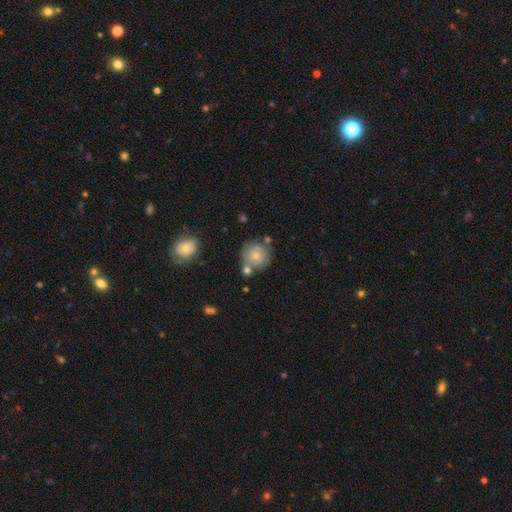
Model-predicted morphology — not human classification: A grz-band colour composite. It shows a smooth galaxy with no disk features (60%) that is round (89%). Merging: none (60%).